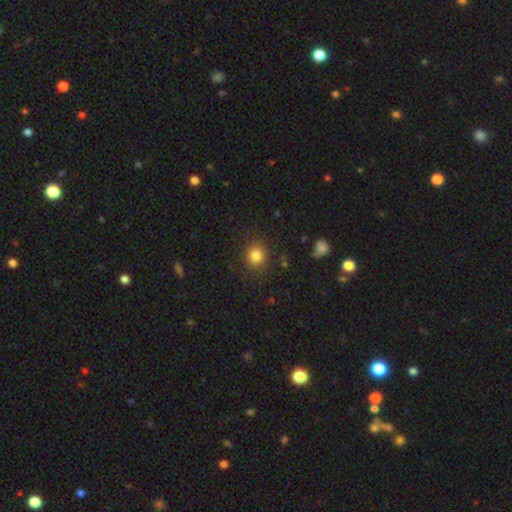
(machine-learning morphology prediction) smooth_or_featured: smooth (p=0.82) [alt: star or artifact p=0.12]
how_rounded: round (p=0.83) [alt: in between p=0.16]
merging: none (p=0.87) [alt: minor disturbance p=0.09]